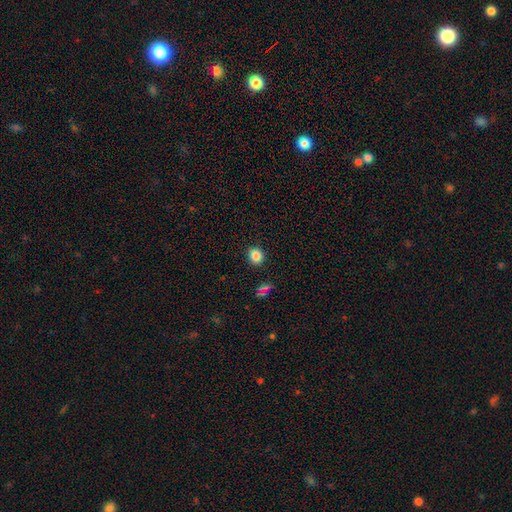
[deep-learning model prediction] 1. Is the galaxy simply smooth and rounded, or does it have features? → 84% smooth, 12% star or artifact, 4% featured or disk.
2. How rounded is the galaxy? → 80% round, 19% in between, 1% cigar-shaped.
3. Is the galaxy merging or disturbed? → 90% none, 6% minor disturbance, 2% major disturbance, 2% merger.